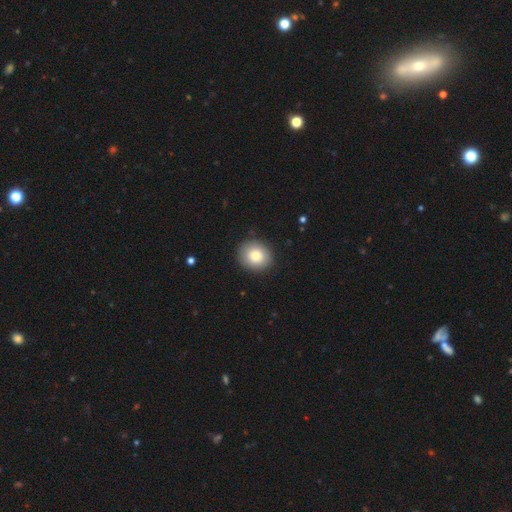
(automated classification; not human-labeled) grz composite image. It shows a smooth galaxy with no disk features (83%) that is round (79%). Merging: none (90%).